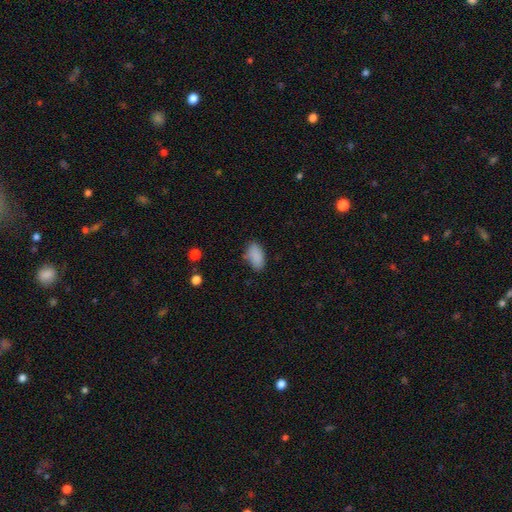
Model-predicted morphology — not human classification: type=smooth (87%); roundness=in between (92%); merging=none (73%).